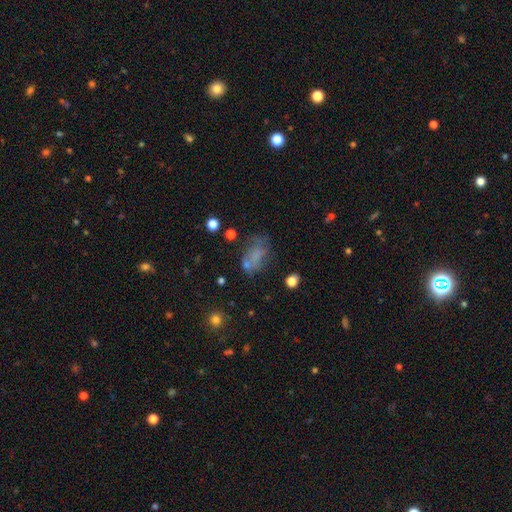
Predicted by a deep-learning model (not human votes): A smooth galaxy with no disk features (54%) that is in between round and cigar-shaped (83%). Merging: none (42%).